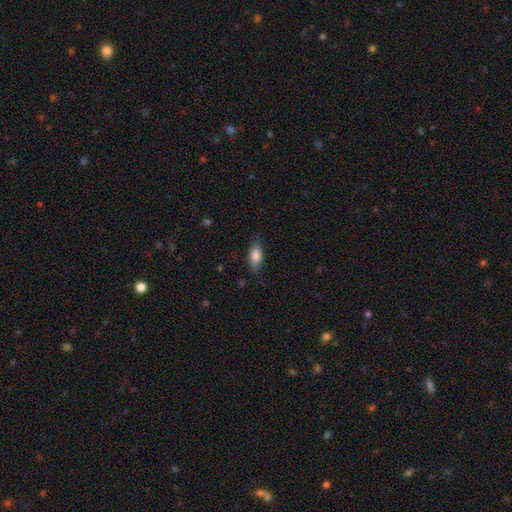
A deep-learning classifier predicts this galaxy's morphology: Smooth or featured? Predicted: smooth (p=0.79). How rounded? Predicted: in between (p=0.78). Merging? Predicted: none (p=0.81).